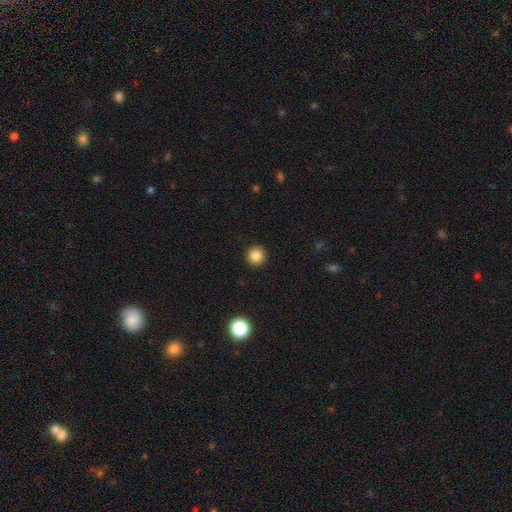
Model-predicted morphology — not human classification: Smooth or featured? Predicted: smooth (p=0.85). How rounded? Predicted: round (p=0.96). Merging? Predicted: none (p=0.93).